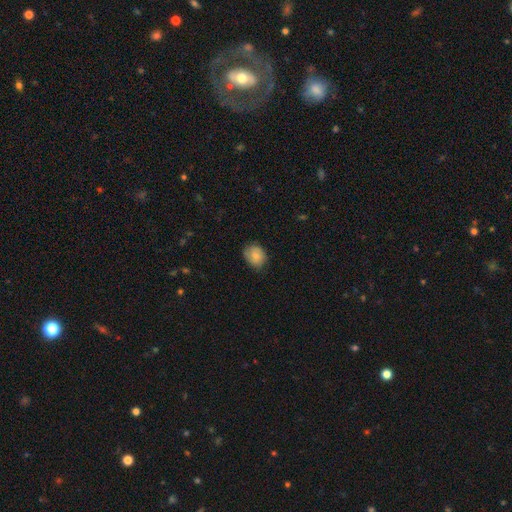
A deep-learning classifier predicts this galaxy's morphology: The model was most divided on "how rounded": round: 53%, in between: 46%, cigar-shaped: 1%. More confident: smooth or featured — smooth (72%); merging — none (70%).